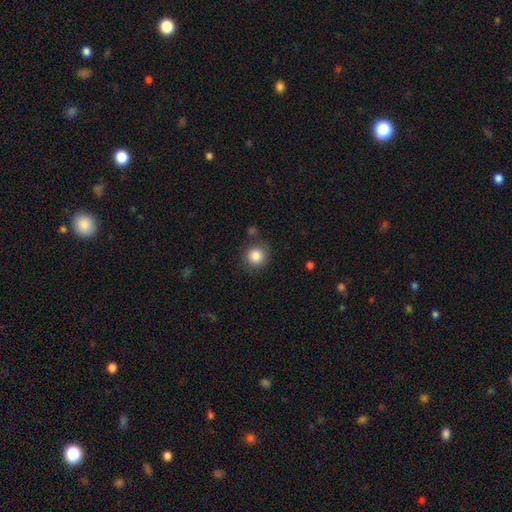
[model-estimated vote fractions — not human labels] Smooth or featured?
  - smooth: 86% *
  - star or artifact: 9%
  - featured or disk: 5%
How rounded?
  - round: 91% *
  - in between: 8%
  - cigar-shaped: 1%
Merging?
  - none: 78% *
  - minor disturbance: 13%
  - merger: 5%
  - major disturbance: 4%